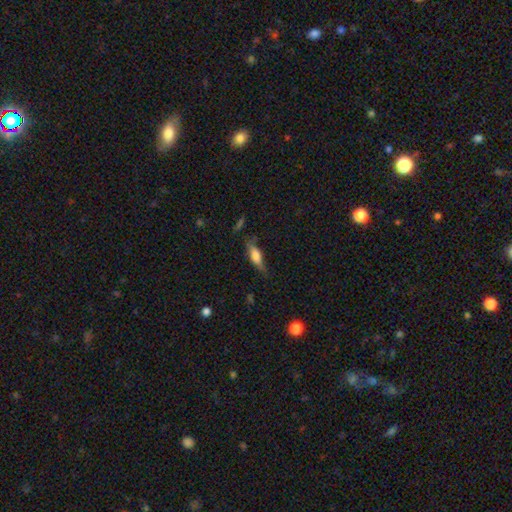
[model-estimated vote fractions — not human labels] A smooth galaxy with no disk features (54%) that is in between round and cigar-shaped (51%).

Vote fractions:
- Smooth or featured? smooth: 54% / featured or disk: 39% / star or artifact: 7%
- How rounded? in between: 51% / cigar-shaped: 46% / round: 3%
- Merging? none: 66% / minor disturbance: 24% / major disturbance: 8% / merger: 3%